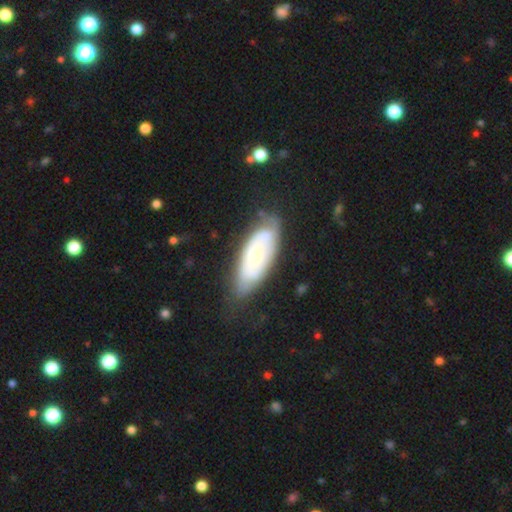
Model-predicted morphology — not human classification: Smooth or featured: featured or disk — 58% (smooth — 36%)
Edge-on disk: no — 87% (yes — 13%)
Bar: no — 84% (weak — 13%)
Spiral arms: yes — 58% (no — 42%)
Bulge size: small — 53% (moderate — 43%)
Merging: none — 66% (minor disturbance — 24%)